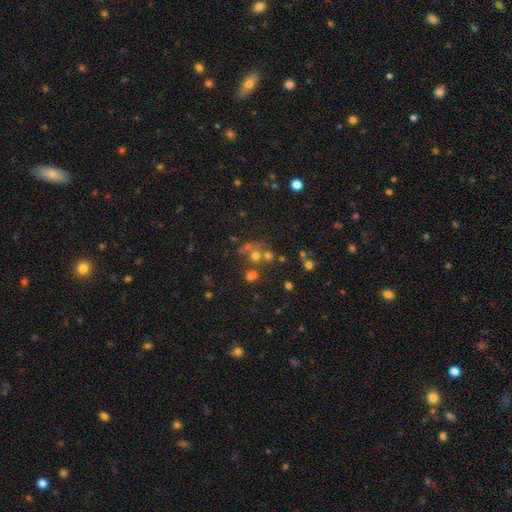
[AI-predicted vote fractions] Morphology: type=smooth (51%); roundness=round (81%); merging=none (49%).